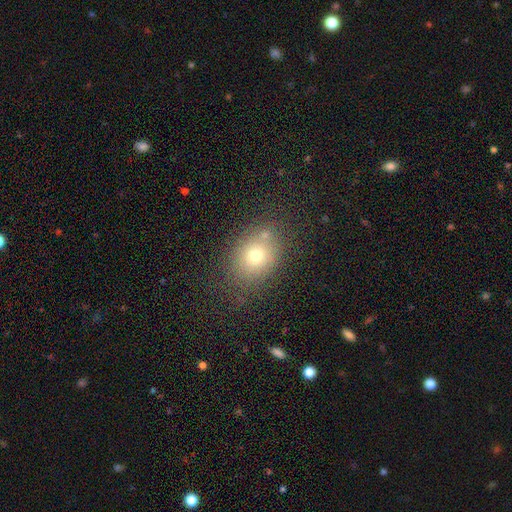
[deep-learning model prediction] A smooth galaxy with no disk features (69%) that is in between round and cigar-shaped (53%).

Vote fractions:
- Smooth or featured? smooth: 69% / star or artifact: 16% / featured or disk: 15%
- How rounded? in between: 53% / round: 46% / cigar-shaped: 1%
- Merging? none: 74% / minor disturbance: 14% / merger: 6% / major disturbance: 6%